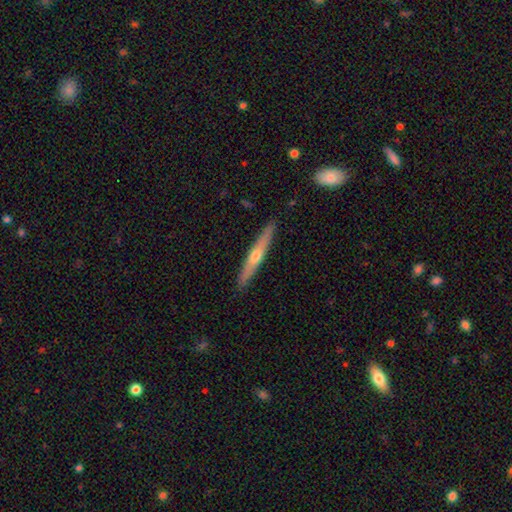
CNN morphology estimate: Q: Smooth or featured?
A: featured or disk (66%); runner-up: smooth (28%)
Q: Edge-on disk?
A: yes (96%); runner-up: no (4%)
Q: Edge-on bulge?
A: rounded (85%); runner-up: none (13%)
Q: Merging?
A: none (90%); runner-up: minor disturbance (7%)